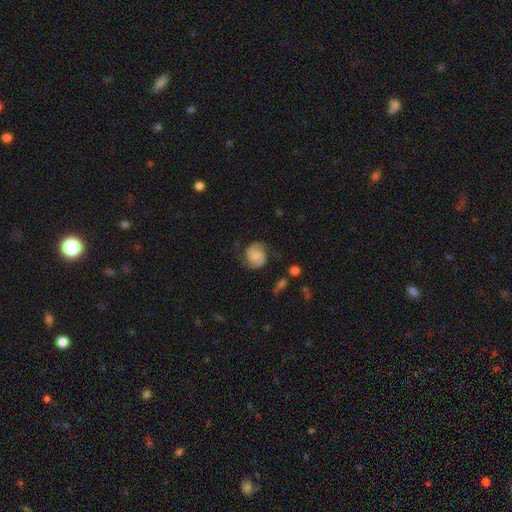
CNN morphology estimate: Smooth or featured?
  - featured or disk: 72% *
  - smooth: 21%
  - star or artifact: 7%
Edge-on disk?
  - no: 98% *
  - yes: 2%
Bar?
  - no: 60% *
  - weak: 32%
  - strong: 8%
Spiral arms?
  - yes: 95% *
  - no: 5%
Spiral winding?
  - medium: 48% *
  - tight: 33%
  - loose: 19%
Spiral arm count?
  - 2: 90% *
  - can't tell: 4%
  - 1: 2%
  - 3: 2%
  - 4: 1%
  - more than 4: 1%
Bulge size?
  - none: 52% *
  - small: 22%
  - moderate: 14%
  - large: 9%
  - dominant: 3%
Merging?
  - none: 72% *
  - minor disturbance: 18%
  - major disturbance: 8%
  - merger: 2%